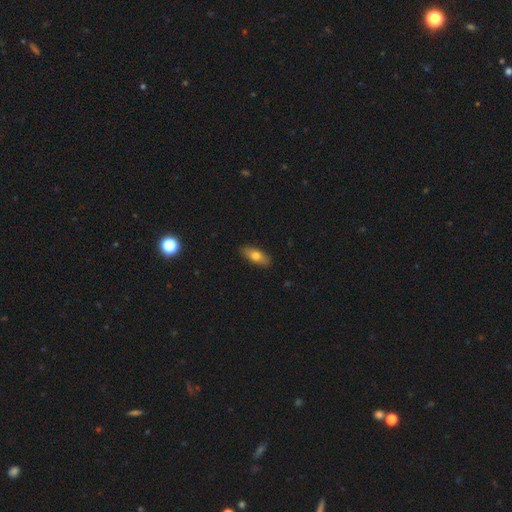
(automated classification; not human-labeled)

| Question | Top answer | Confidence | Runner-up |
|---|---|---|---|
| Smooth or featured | smooth | 72% | featured or disk (21%) |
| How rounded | in between | 75% | cigar-shaped (21%) |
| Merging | none | 88% | minor disturbance (9%) |